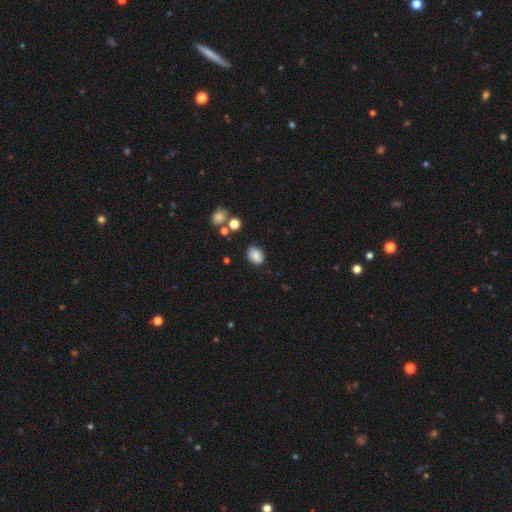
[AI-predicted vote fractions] Q: Smooth or featured?
A: smooth (80%); runner-up: star or artifact (10%)
Q: How rounded?
A: in between (70%); runner-up: round (29%)
Q: Merging?
A: none (79%); runner-up: minor disturbance (14%)